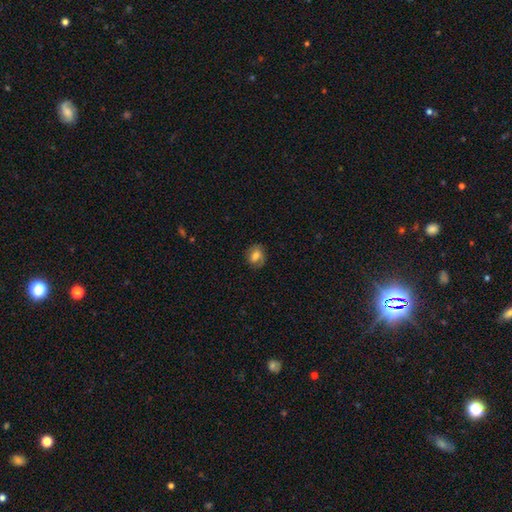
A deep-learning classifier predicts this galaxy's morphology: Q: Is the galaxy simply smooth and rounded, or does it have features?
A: smooth — 64%.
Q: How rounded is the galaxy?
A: round — 54%.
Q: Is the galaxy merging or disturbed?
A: none — 73%.